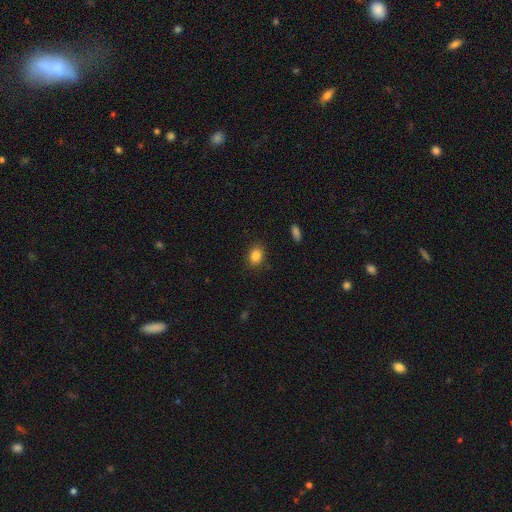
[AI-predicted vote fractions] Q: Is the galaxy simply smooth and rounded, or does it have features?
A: smooth — 85%.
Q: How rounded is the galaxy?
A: in between — 58%.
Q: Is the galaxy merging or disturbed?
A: none — 87%.